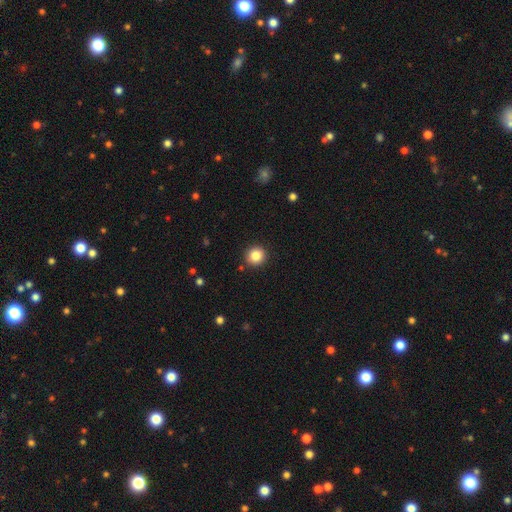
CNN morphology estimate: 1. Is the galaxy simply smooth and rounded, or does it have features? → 85% smooth, 10% star or artifact, 5% featured or disk.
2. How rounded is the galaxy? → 92% round, 7% in between, 1% cigar-shaped.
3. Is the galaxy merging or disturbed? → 91% none, 6% minor disturbance, 2% major disturbance, 2% merger.